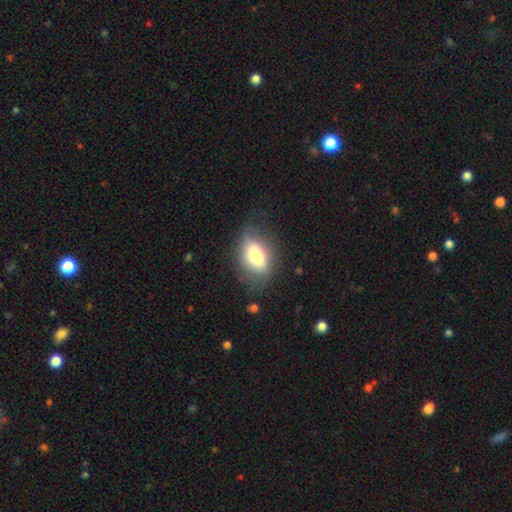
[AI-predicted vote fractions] Smooth or featured: smooth — 74% (featured or disk — 19%)
How rounded: in between — 85% (round — 10%)
Merging: none — 59% (minor disturbance — 25%)